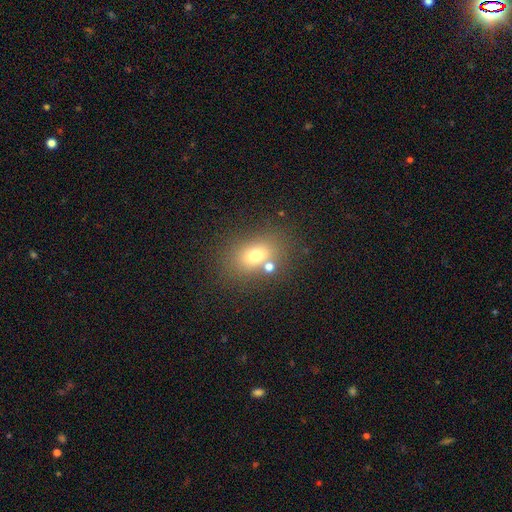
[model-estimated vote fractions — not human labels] smooth-or-featured: smooth: 70% | featured or disk: 16% | star or artifact: 14%
  how-rounded: in between: 67% | round: 31% | cigar-shaped: 2%
  merging: none: 67% | merger: 16% | minor disturbance: 12% | major disturbance: 5%